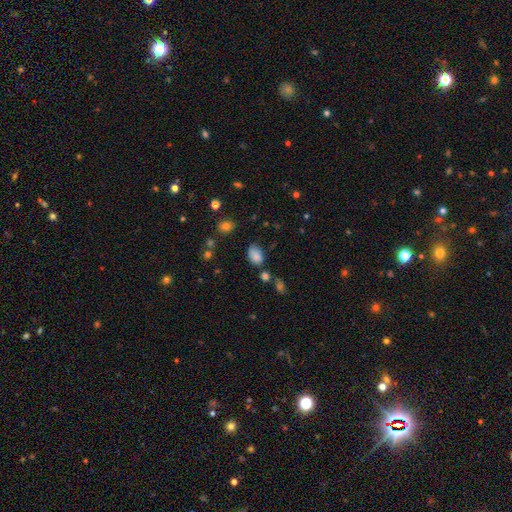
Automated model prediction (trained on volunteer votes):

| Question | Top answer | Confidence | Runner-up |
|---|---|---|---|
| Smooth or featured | smooth | 83% | star or artifact (11%) |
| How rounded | in between | 88% | round (11%) |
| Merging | none | 59% | minor disturbance (27%) |